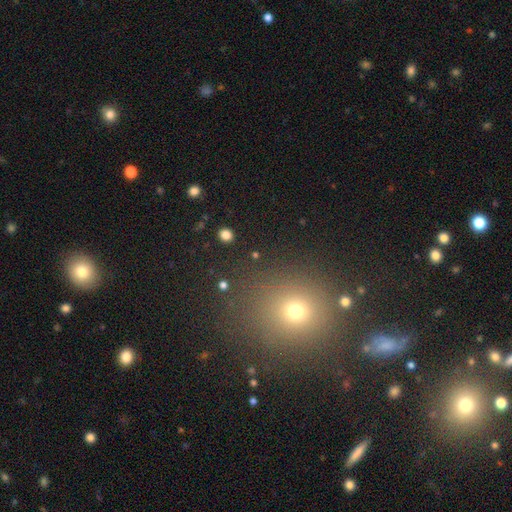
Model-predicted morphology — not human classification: A smooth galaxy with no disk features (53%) that is round (78%).

Vote fractions:
- Smooth or featured? smooth: 53% / star or artifact: 38% / featured or disk: 9%
- How rounded? round: 78% / in between: 20% / cigar-shaped: 2%
- Merging? none: 85% / minor disturbance: 7% / merger: 4% / major disturbance: 4%